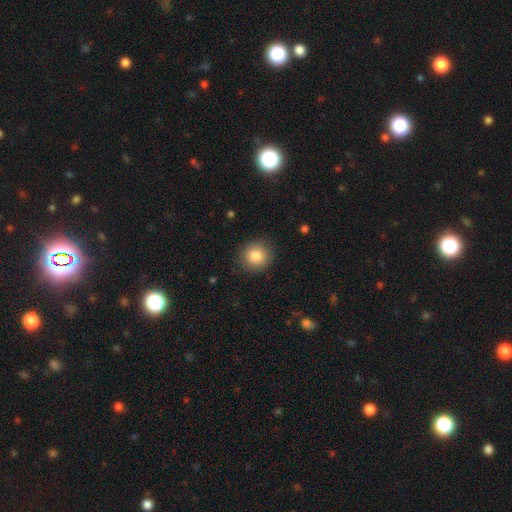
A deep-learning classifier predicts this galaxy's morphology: A smooth galaxy with no disk features (84%) that is round (87%).

Vote fractions:
- Smooth or featured? smooth: 84% / star or artifact: 9% / featured or disk: 7%
- How rounded? round: 87% / in between: 12% / cigar-shaped: 1%
- Merging? none: 87% / minor disturbance: 9% / major disturbance: 3% / merger: 1%